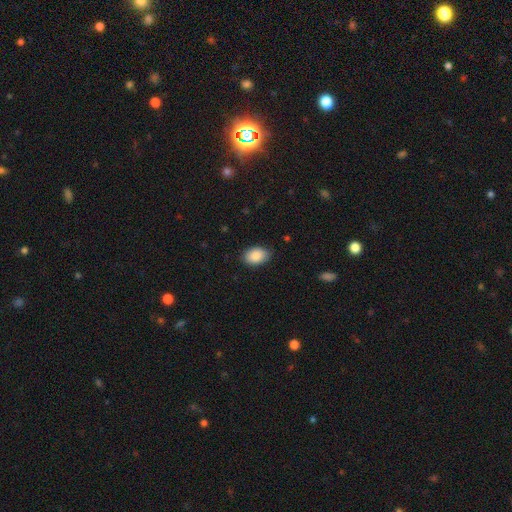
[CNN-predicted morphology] This is clearly a smooth galaxy (88%). How rounded: clearly in between (87%). Merging: clearly none (83%).